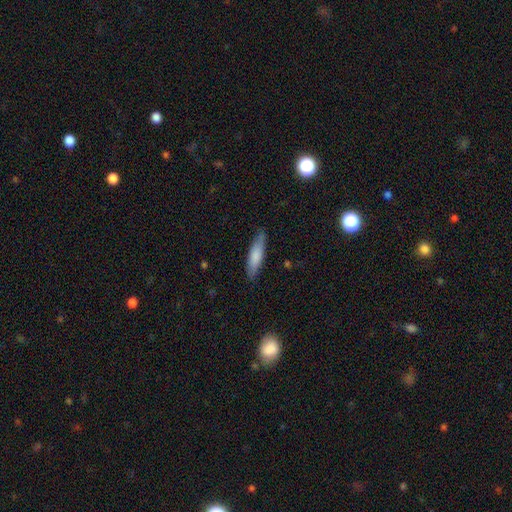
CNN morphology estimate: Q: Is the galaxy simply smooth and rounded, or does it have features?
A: smooth — 77%.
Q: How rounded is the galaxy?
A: cigar-shaped — 72%.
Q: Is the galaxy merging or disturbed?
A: none — 85%.